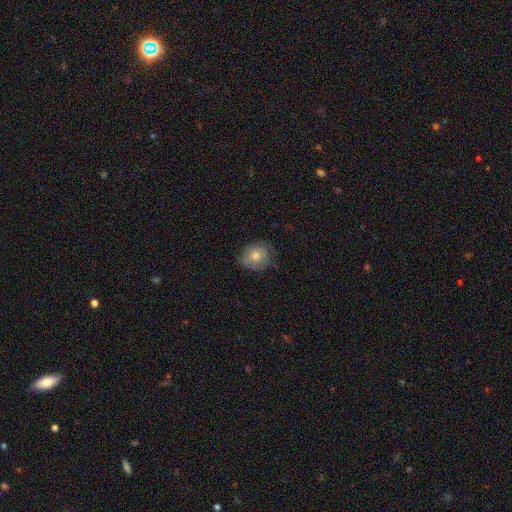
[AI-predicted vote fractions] This is possibly a smooth galaxy (57%). How rounded: clearly round (81%). Merging: likely none (74%).